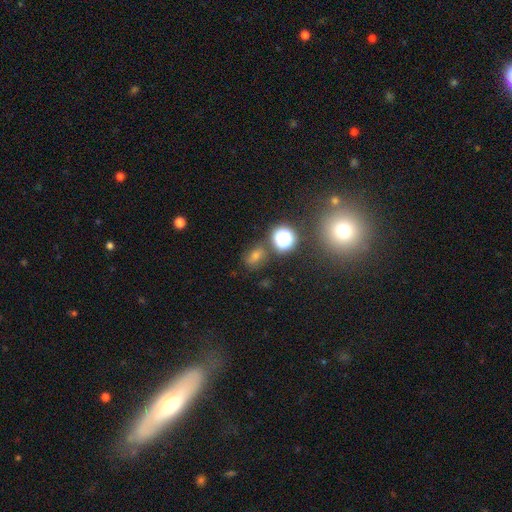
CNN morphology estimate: smooth-or-featured: smooth: 44% | star or artifact: 40% | featured or disk: 16%
  merging: none: 76% | minor disturbance: 13% | merger: 6% | major disturbance: 6%